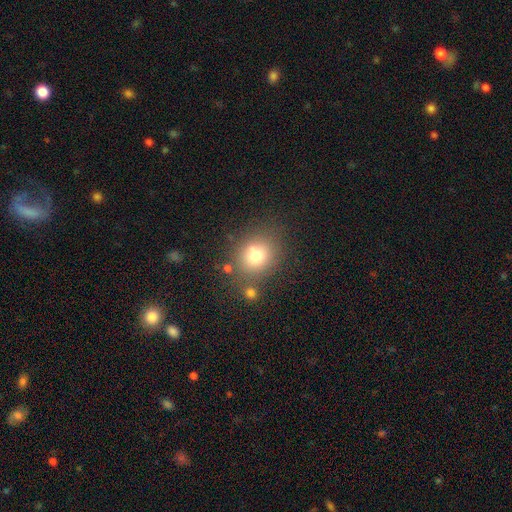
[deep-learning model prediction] A smooth galaxy with no disk features (75%) that is round (71%).

Vote fractions:
- Smooth or featured? smooth: 75% / star or artifact: 13% / featured or disk: 12%
- How rounded? round: 71% / in between: 28% / cigar-shaped: 1%
- Merging? none: 69% / minor disturbance: 14% / merger: 11% / major disturbance: 6%